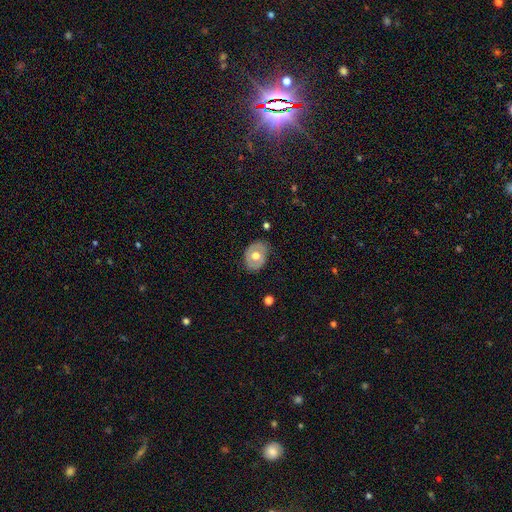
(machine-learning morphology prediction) This appears to be a featured or disk galaxy (47%, tied with smooth). Merging: none (77%).